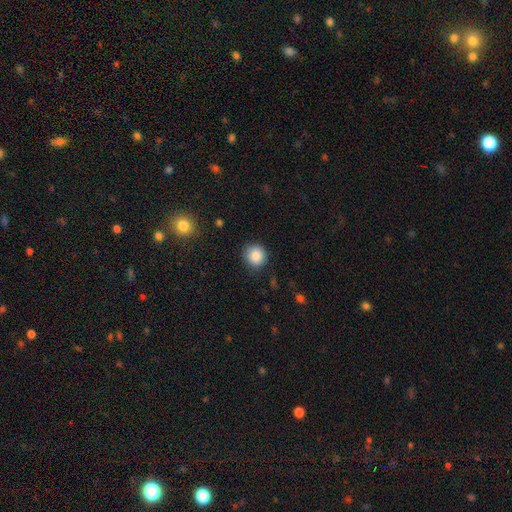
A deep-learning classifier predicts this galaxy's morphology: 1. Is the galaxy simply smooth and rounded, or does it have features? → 87% smooth, 9% star or artifact, 4% featured or disk.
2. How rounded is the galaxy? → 87% round, 12% in between, 1% cigar-shaped.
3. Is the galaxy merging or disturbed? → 87% none, 9% minor disturbance, 3% major disturbance, 1% merger.